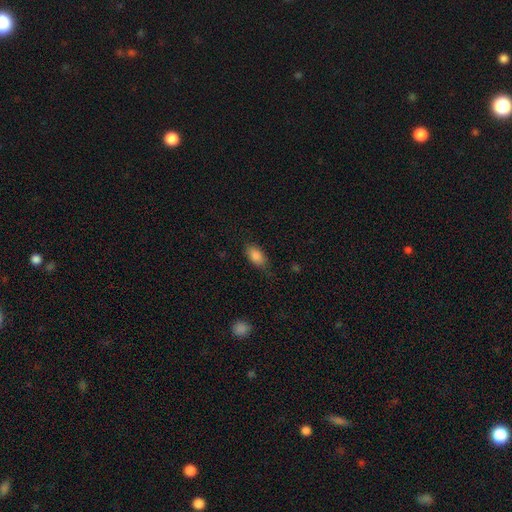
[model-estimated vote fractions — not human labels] Smooth or featured: smooth — 86% (star or artifact — 8%)
How rounded: in between — 91% (round — 5%)
Merging: none — 74% (minor disturbance — 20%)